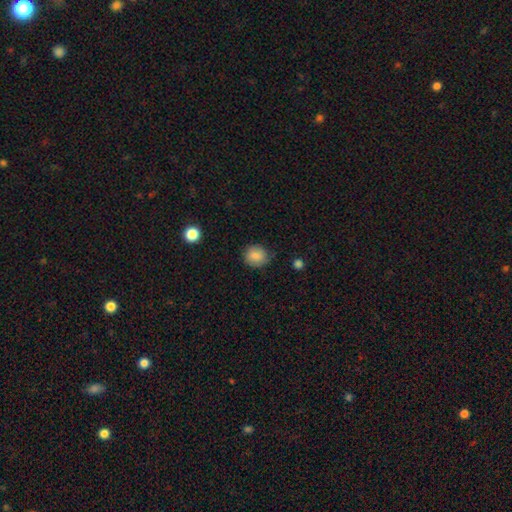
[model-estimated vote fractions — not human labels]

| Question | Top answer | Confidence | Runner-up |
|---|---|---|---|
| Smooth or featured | smooth | 85% | star or artifact (9%) |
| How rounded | round | 83% | in between (16%) |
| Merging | none | 79% | minor disturbance (17%) |